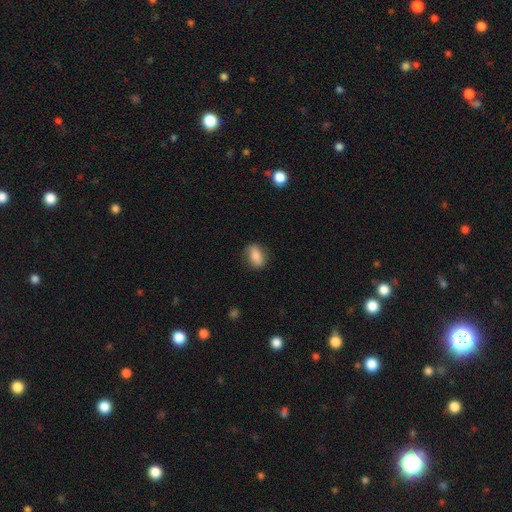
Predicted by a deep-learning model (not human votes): Overall: smooth (80%). How rounded: in between (80%). Merging: none (79%).